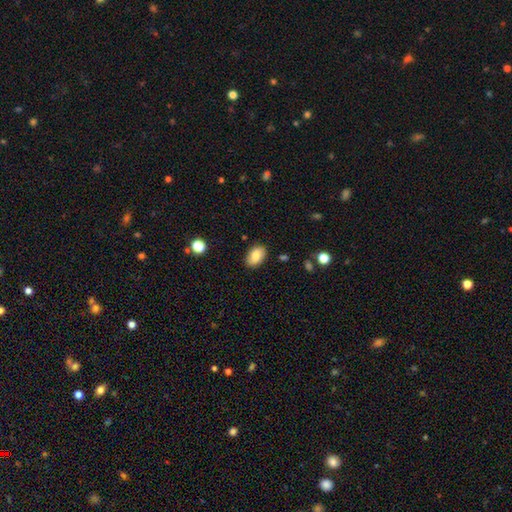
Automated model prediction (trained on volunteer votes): The model was most divided on "smooth or featured": smooth: 77%, featured or disk: 15%, star or artifact: 8%. More confident: how rounded — in between (88%); merging — none (85%).